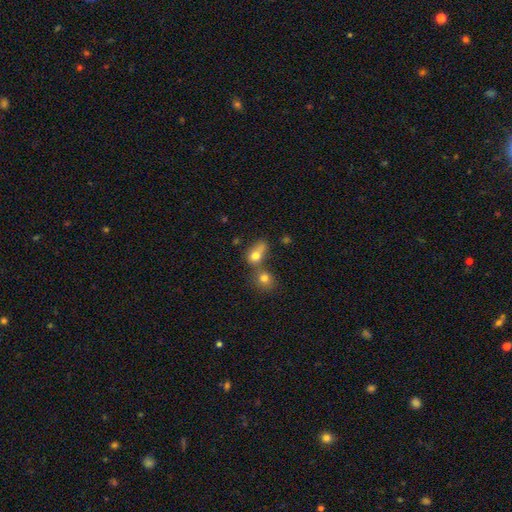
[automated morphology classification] Smooth or featured? smooth (75%)
How rounded? in between (55%)
Merging? merger (49%)